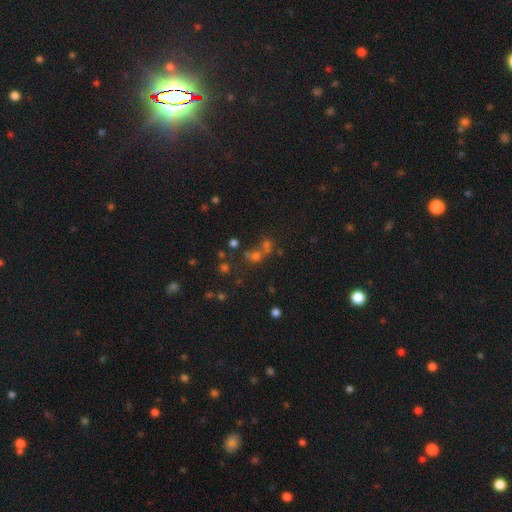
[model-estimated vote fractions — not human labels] This appears to be a smooth galaxy with no disk features (43%). Merging: merger (43%).